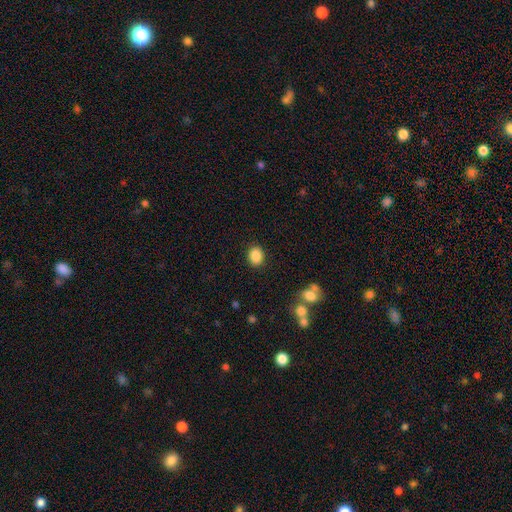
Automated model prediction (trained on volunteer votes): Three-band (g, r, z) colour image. It shows a smooth galaxy with no disk features (87%) that is in between round and cigar-shaped (52%). Merging: none (88%).